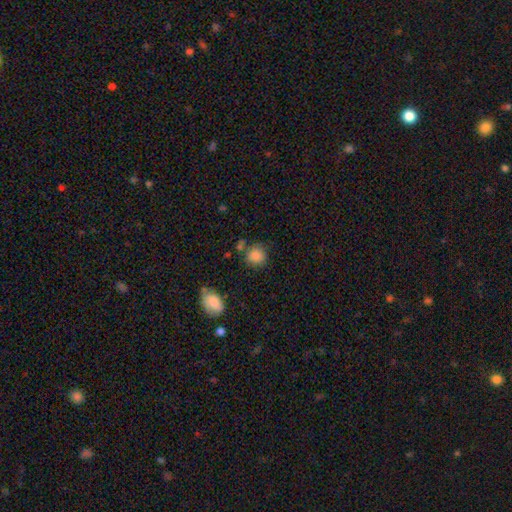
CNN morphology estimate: This appears to be a smooth galaxy with no disk features (85%) that is round (86%). Merging: none (73%).